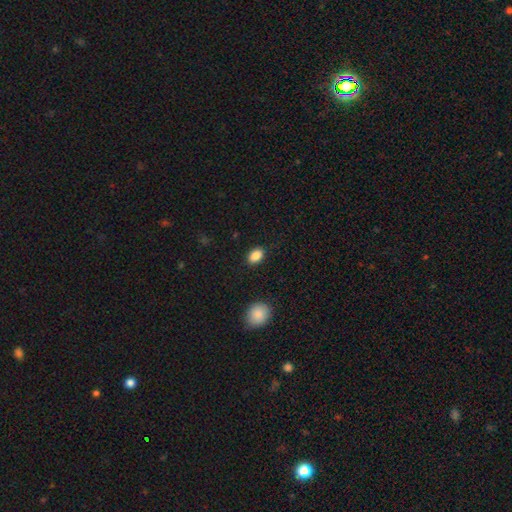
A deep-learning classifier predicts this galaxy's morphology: This appears to be a smooth galaxy with no disk features (88%) that is in between round and cigar-shaped (85%). Merging: none (87%).